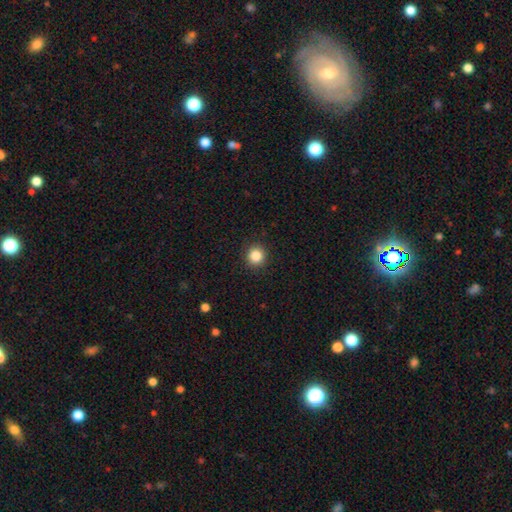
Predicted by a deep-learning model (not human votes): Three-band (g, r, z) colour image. It shows a smooth galaxy with no disk features (86%) that is round (92%). Merging: none (92%).